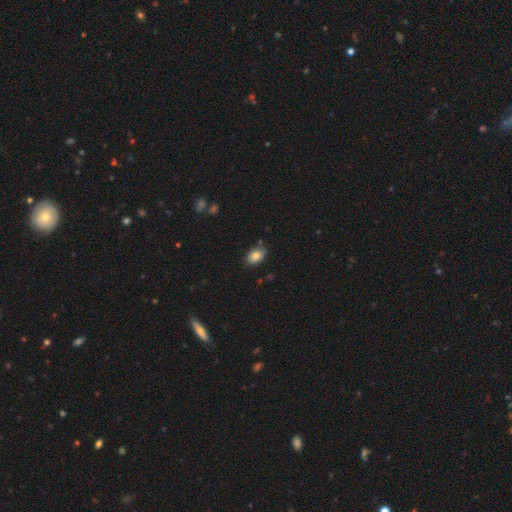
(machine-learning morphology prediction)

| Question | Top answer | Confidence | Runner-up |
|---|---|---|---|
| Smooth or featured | smooth | 82% | featured or disk (10%) |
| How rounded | in between | 87% | round (12%) |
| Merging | none | 83% | minor disturbance (13%) |